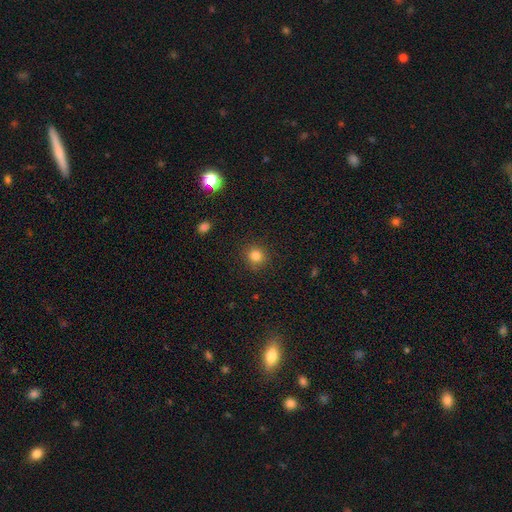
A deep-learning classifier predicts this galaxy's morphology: Q: Smooth or featured?
A: smooth (83%); runner-up: star or artifact (12%)
Q: How rounded?
A: round (91%); runner-up: in between (8%)
Q: Merging?
A: none (90%); runner-up: minor disturbance (7%)